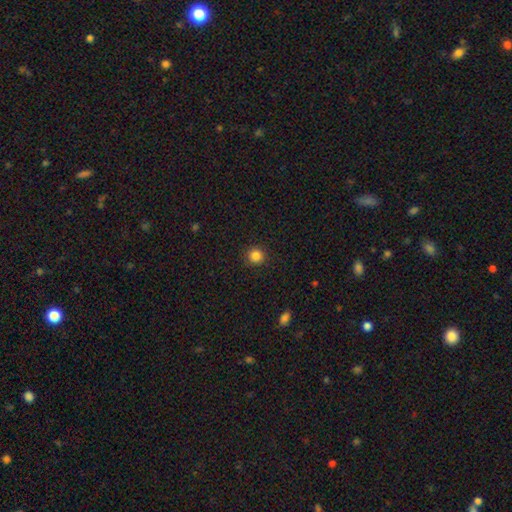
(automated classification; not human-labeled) smooth-or-featured: smooth: 85% | star or artifact: 11% | featured or disk: 4%
  how-rounded: round: 92% | in between: 7% | cigar-shaped: 1%
  merging: none: 92% | minor disturbance: 5% | major disturbance: 2% | merger: 1%